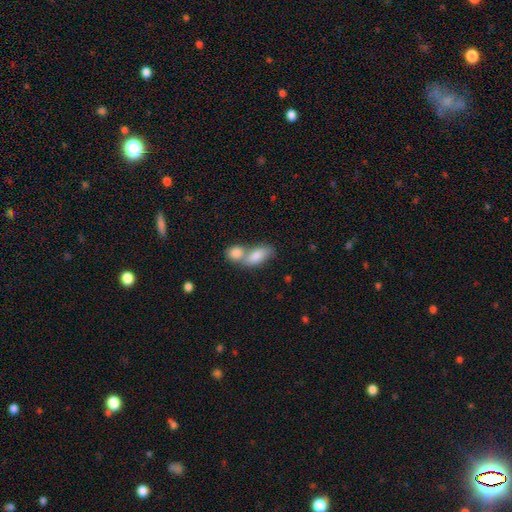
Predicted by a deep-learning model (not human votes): Q: Smooth or featured?
A: smooth (81%); runner-up: featured or disk (12%)
Q: How rounded?
A: in between (84%); runner-up: cigar-shaped (8%)
Q: Merging?
A: merger (64%); runner-up: none (24%)